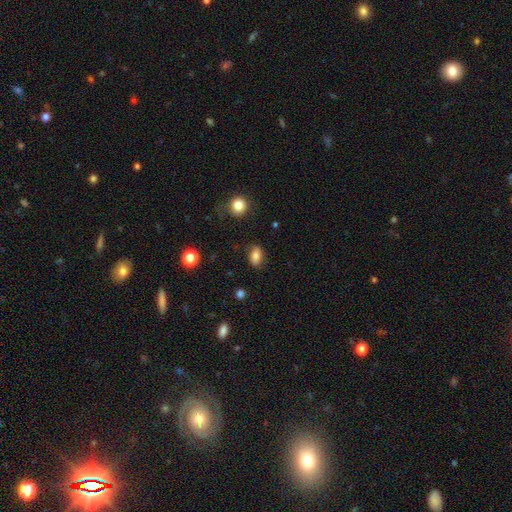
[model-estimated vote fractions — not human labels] A smooth galaxy with no disk features (80%) that is in between round and cigar-shaped (84%).

Vote fractions:
- Smooth or featured? smooth: 80% / featured or disk: 10% / star or artifact: 10%
- How rounded? in between: 84% / round: 14% / cigar-shaped: 2%
- Merging? none: 81% / minor disturbance: 14% / major disturbance: 3% / merger: 2%